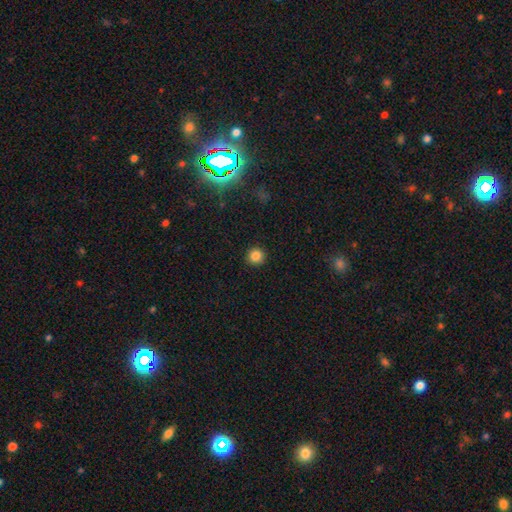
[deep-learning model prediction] Smooth or featured? Predicted: smooth (p=0.84). How rounded? Predicted: round (p=0.95). Merging? Predicted: none (p=0.93).